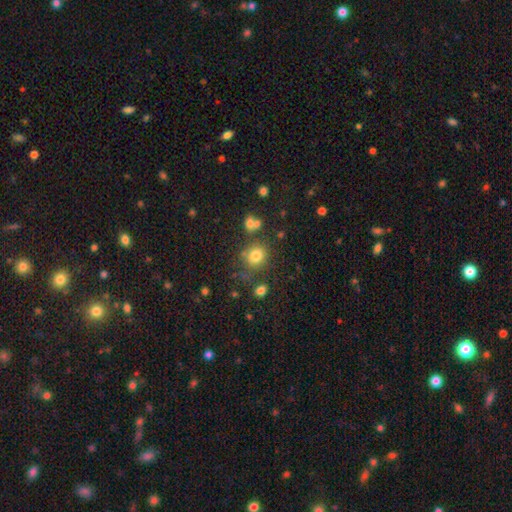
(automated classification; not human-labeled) The model was most divided on "how rounded": round: 78%, in between: 21%, cigar-shaped: 1%. More confident: smooth or featured — smooth (78%); merging — none (72%).